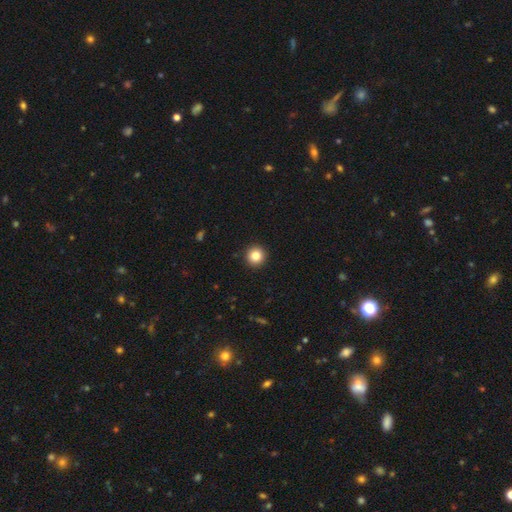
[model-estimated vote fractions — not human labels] This appears to be a smooth galaxy with no disk features (83%) that is round (95%). Merging: none (93%).